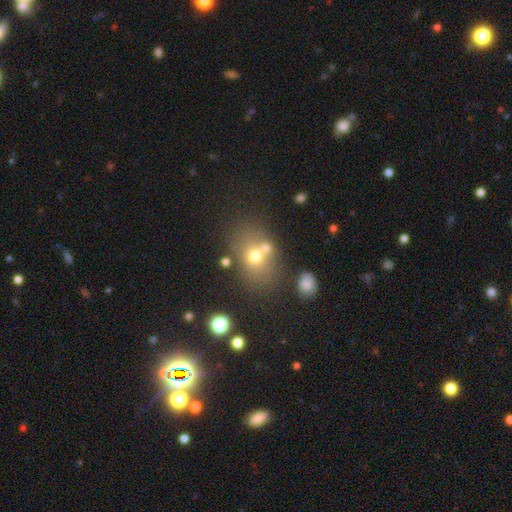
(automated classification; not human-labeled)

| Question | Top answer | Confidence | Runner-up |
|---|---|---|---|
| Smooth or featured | smooth | 63% | featured or disk (21%) |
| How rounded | in between | 58% | round (40%) |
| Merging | none | 54% | merger (28%) |